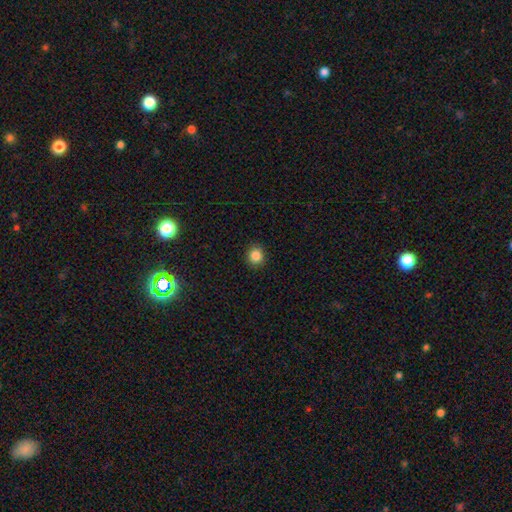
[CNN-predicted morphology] smooth-or-featured: smooth: 85% | star or artifact: 11% | featured or disk: 4%
  how-rounded: round: 86% | in between: 13% | cigar-shaped: 1%
  merging: none: 91% | minor disturbance: 6% | major disturbance: 2% | merger: 1%